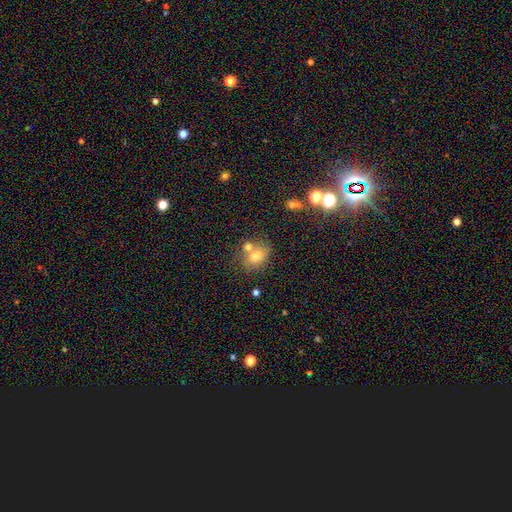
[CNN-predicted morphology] Smooth or featured? Predicted: smooth (p=0.71). How rounded? Predicted: in between (p=0.50). Merging? Predicted: none (p=0.50).